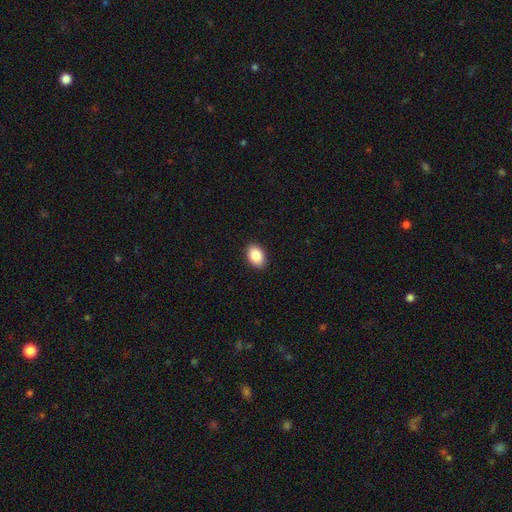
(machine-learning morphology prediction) Smooth or featured? Predicted: smooth (p=0.87). How rounded? Predicted: in between (p=0.85). Merging? Predicted: none (p=0.91).